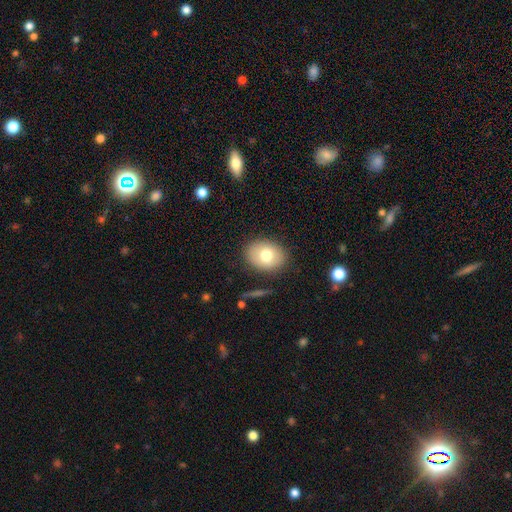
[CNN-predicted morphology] Smooth or featured?
  - smooth: 68% *
  - featured or disk: 17%
  - star or artifact: 14%
How rounded?
  - in between: 55% *
  - round: 44%
  - cigar-shaped: 1%
Merging?
  - none: 86% *
  - minor disturbance: 9%
  - major disturbance: 3%
  - merger: 2%